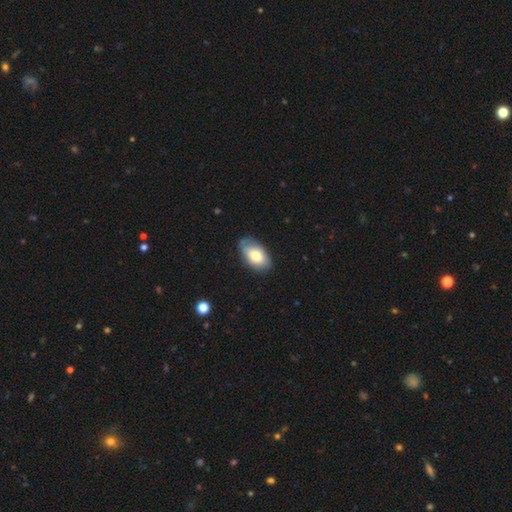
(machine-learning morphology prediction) Q: Smooth or featured?
A: smooth (72%); runner-up: featured or disk (21%)
Q: How rounded?
A: in between (94%); runner-up: round (4%)
Q: Merging?
A: none (72%); runner-up: minor disturbance (22%)